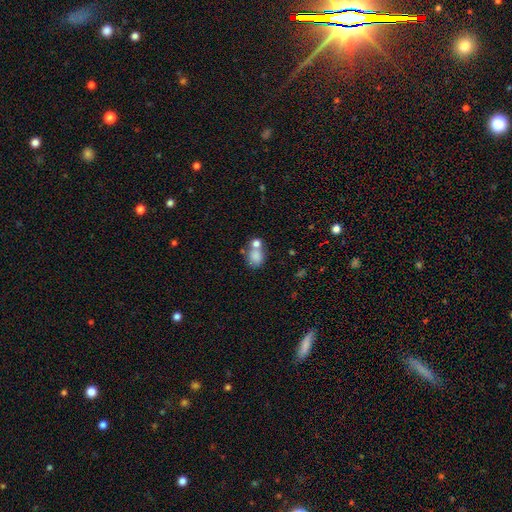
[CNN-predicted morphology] Smooth or featured? smooth (81%)
How rounded? round (50%)
Merging? none (42%)